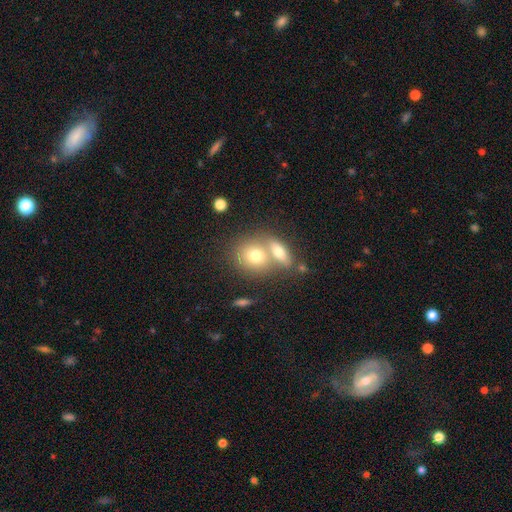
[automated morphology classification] Smooth or featured?
  - smooth: 71% *
  - featured or disk: 20%
  - star or artifact: 9%
How rounded?
  - round: 64% *
  - in between: 33%
  - cigar-shaped: 3%
Merging?
  - merger: 51% *
  - none: 38%
  - minor disturbance: 8%
  - major disturbance: 3%